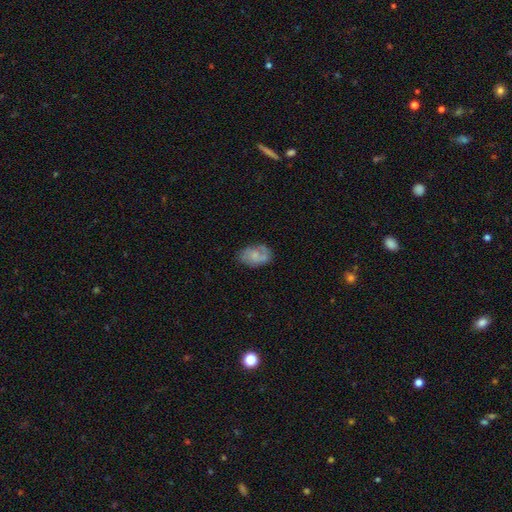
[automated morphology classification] Smooth or featured?
  - smooth: 50% *
  - featured or disk: 42%
  - star or artifact: 8%
Merging?
  - none: 63% *
  - minor disturbance: 25%
  - major disturbance: 10%
  - merger: 3%